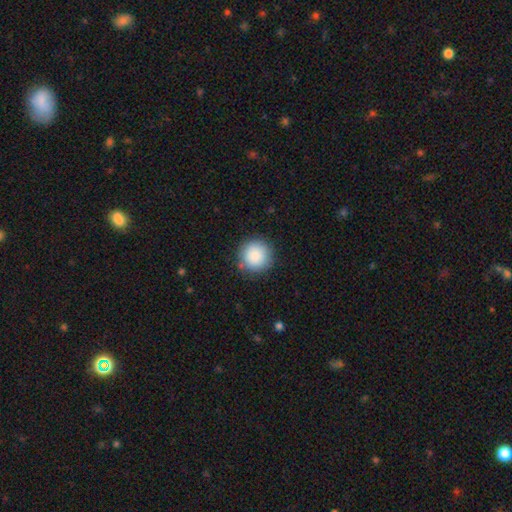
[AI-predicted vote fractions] Smooth or featured? Predicted: smooth (p=0.88). How rounded? Predicted: round (p=0.95). Merging? Predicted: none (p=0.88).